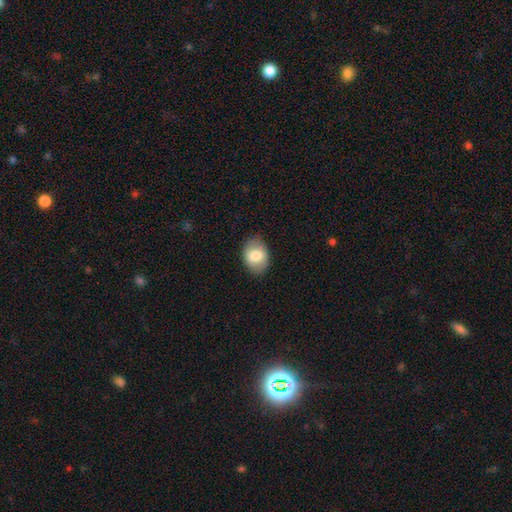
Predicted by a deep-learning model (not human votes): Smooth or featured?
  - smooth: 75% *
  - featured or disk: 18%
  - star or artifact: 7%
How rounded?
  - in between: 77% *
  - round: 22%
  - cigar-shaped: 1%
Merging?
  - none: 83% *
  - minor disturbance: 13%
  - major disturbance: 3%
  - merger: 1%